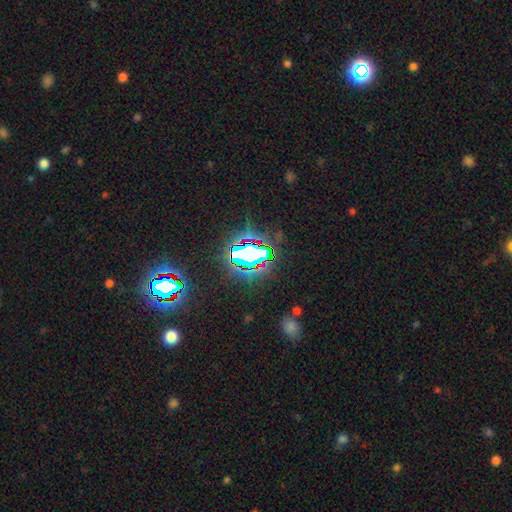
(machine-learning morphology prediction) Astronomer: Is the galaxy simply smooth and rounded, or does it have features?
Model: star or artifact — 79%.